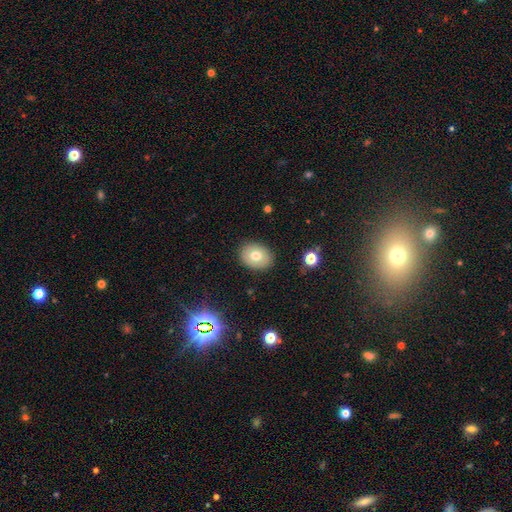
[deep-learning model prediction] Smooth or featured?
  - smooth: 72% *
  - featured or disk: 19%
  - star or artifact: 9%
How rounded?
  - in between: 64% *
  - round: 35%
  - cigar-shaped: 1%
Merging?
  - none: 87% *
  - minor disturbance: 9%
  - major disturbance: 3%
  - merger: 1%